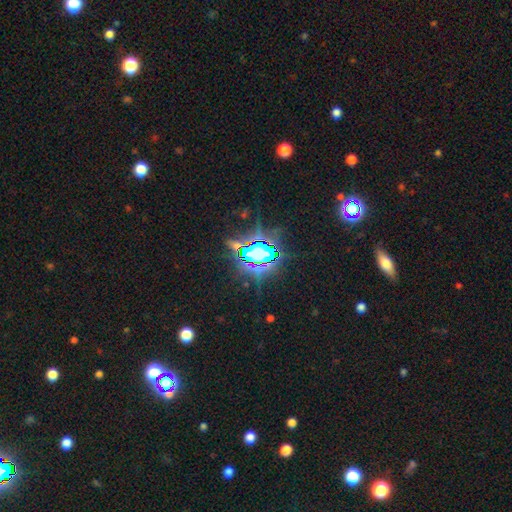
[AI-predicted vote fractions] The model was most divided on "smooth or featured": star or artifact: 84%, smooth: 9%, featured or disk: 7%.